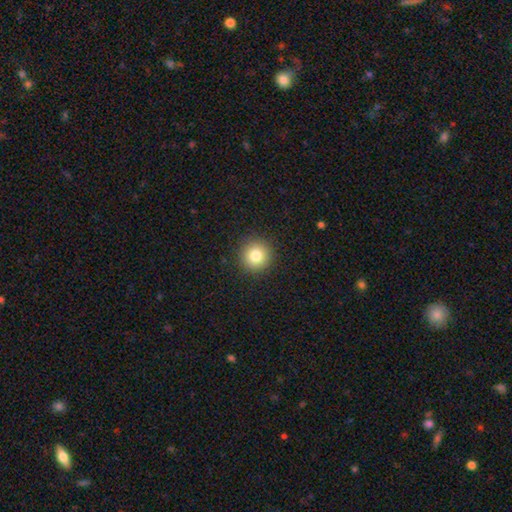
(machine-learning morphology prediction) Overall: smooth (81%). How rounded: round (94%). Merging: none (91%).